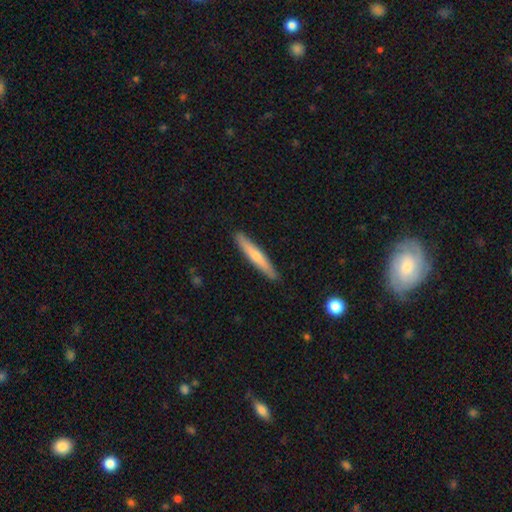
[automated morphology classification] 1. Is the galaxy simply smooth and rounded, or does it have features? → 59% smooth, 36% featured or disk, 5% star or artifact.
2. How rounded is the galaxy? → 94% cigar-shaped, 5% in between, 1% round.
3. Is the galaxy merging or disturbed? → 90% none, 7% minor disturbance, 1% major disturbance, 1% merger.